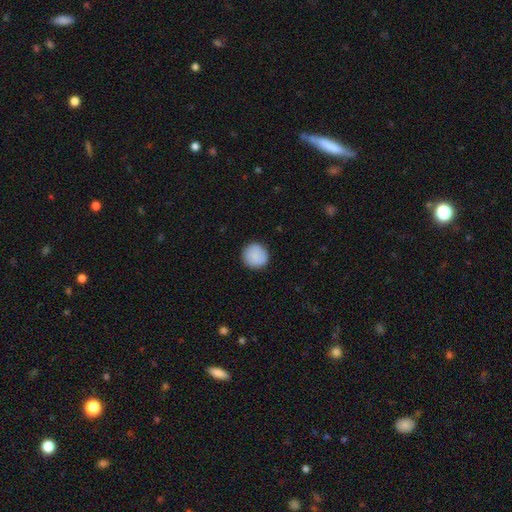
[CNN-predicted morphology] smooth 89%, star or artifact 7%, featured or disk 5%. Down the decision tree: how rounded — round (94%); merging — none (90%).